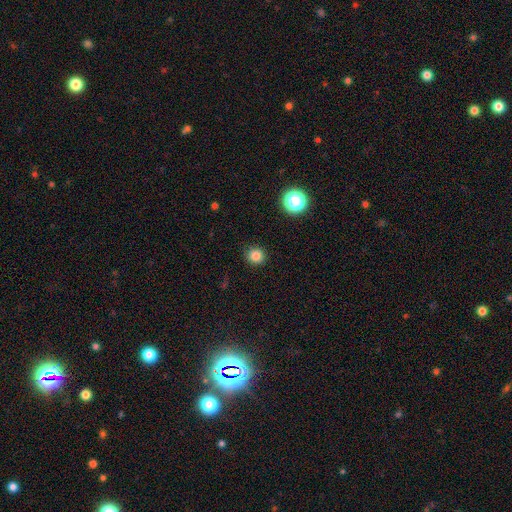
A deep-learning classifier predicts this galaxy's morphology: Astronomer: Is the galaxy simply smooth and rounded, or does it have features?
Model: smooth — 82%.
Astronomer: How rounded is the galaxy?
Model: round — 92%.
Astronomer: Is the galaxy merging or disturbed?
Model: none — 89%.